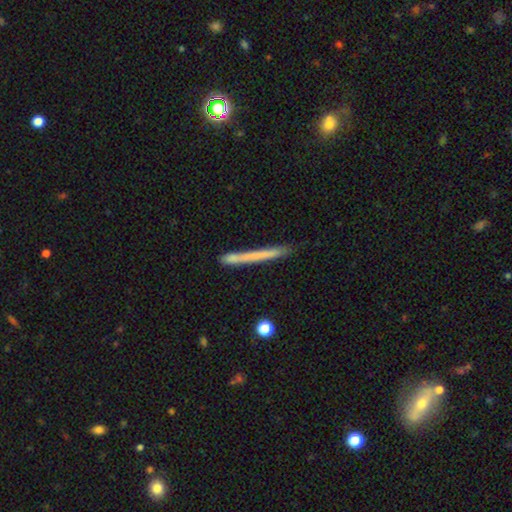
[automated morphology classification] A smooth galaxy with no disk features (60%) that is cigar-shaped (97%).

Vote fractions:
- Smooth or featured? smooth: 60% / featured or disk: 33% / star or artifact: 6%
- How rounded? cigar-shaped: 97% / in between: 2% / round: 1%
- Merging? none: 80% / minor disturbance: 14% / merger: 3% / major disturbance: 3%